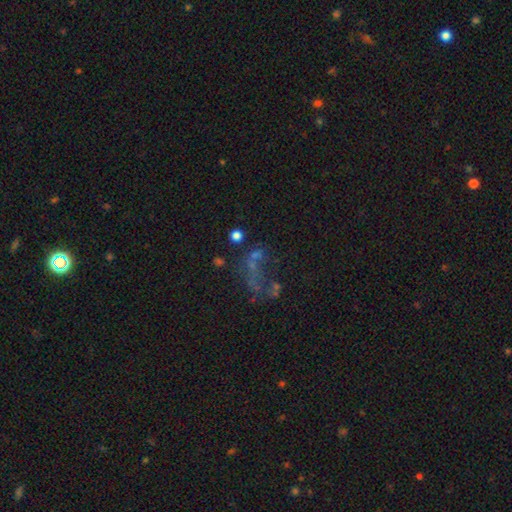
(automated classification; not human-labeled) Smooth or featured: featured or disk — 39% (star or artifact — 34%)
Merging: none — 34% (major disturbance — 28%)